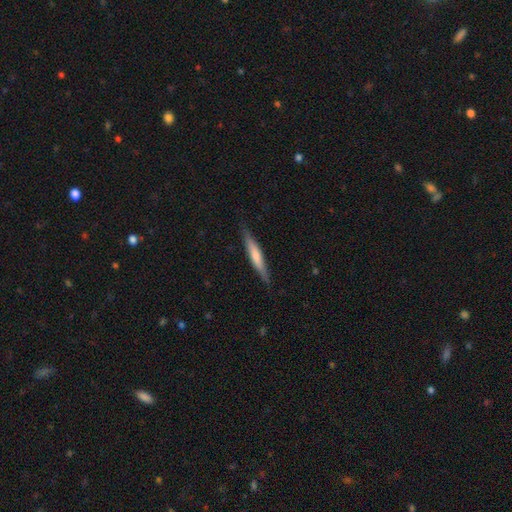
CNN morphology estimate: Smooth or featured? smooth (58%)
How rounded? cigar-shaped (92%)
Merging? none (86%)